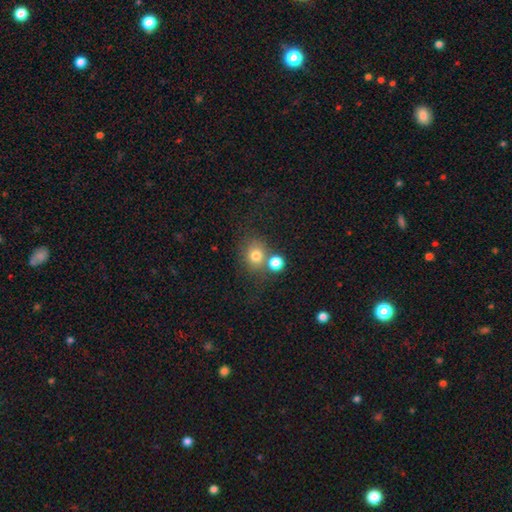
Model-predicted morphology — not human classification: Smooth or featured? Predicted: smooth (p=0.77). How rounded? Predicted: round (p=0.77). Merging? Predicted: none (p=0.56).